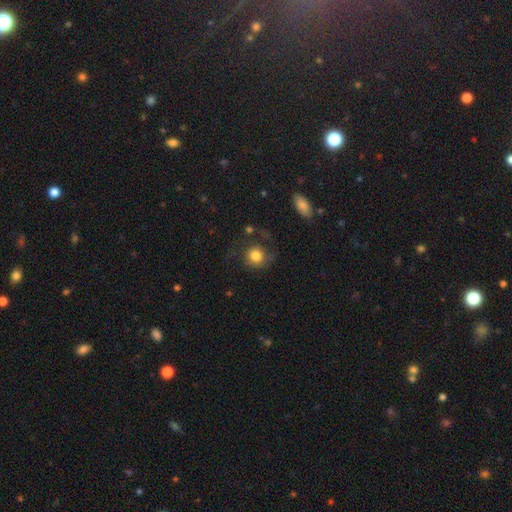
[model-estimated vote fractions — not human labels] Smooth or featured?
  - smooth: 74% *
  - featured or disk: 18%
  - star or artifact: 9%
How rounded?
  - round: 88% *
  - in between: 11%
  - cigar-shaped: 1%
Merging?
  - none: 57% *
  - major disturbance: 21%
  - minor disturbance: 19%
  - merger: 4%